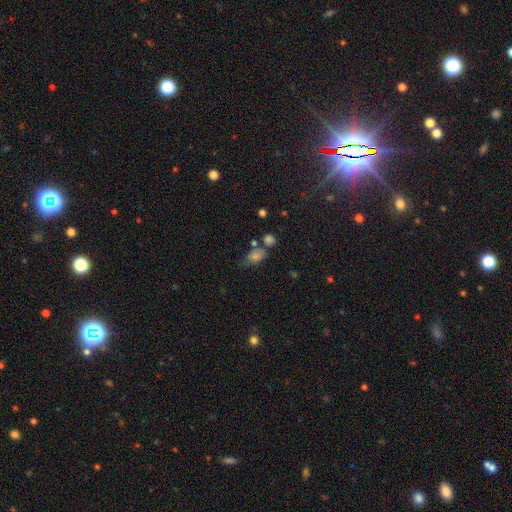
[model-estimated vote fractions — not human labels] Smooth or featured?
  - smooth: 55% *
  - star or artifact: 28%
  - featured or disk: 17%
How rounded?
  - in between: 74% *
  - round: 21%
  - cigar-shaped: 5%
Merging?
  - none: 49% *
  - minor disturbance: 22%
  - merger: 18%
  - major disturbance: 11%